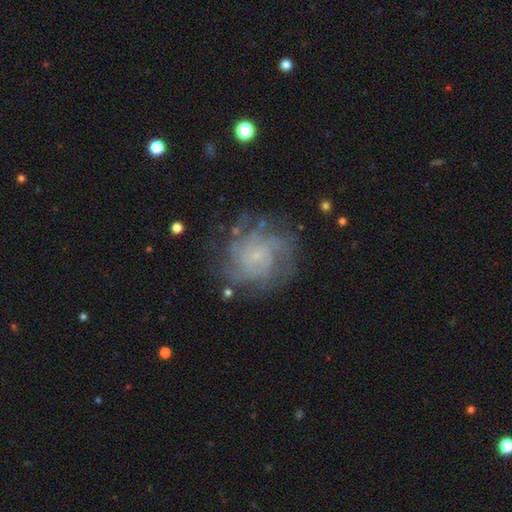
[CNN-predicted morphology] smooth-or-featured: featured or disk: 76% | smooth: 14% | star or artifact: 10%
  disk-edge-on: no: 98% | yes: 2%
    bar: no: 72% | weak: 24% | strong: 4%
    has-spiral-arms: yes: 92% | no: 8%
      spiral-winding: tight: 55% | medium: 34% | loose: 10%
      spiral-arm-count: can't tell: 37% | 4: 21% | 3: 15% | 2: 11% | more than 4: 11% | 1: 6%
    bulge-size: small: 69% | none: 17% | moderate: 11% | large: 2% | dominant: 1%
  merging: none: 74% | minor disturbance: 15% | major disturbance: 9% | merger: 2%